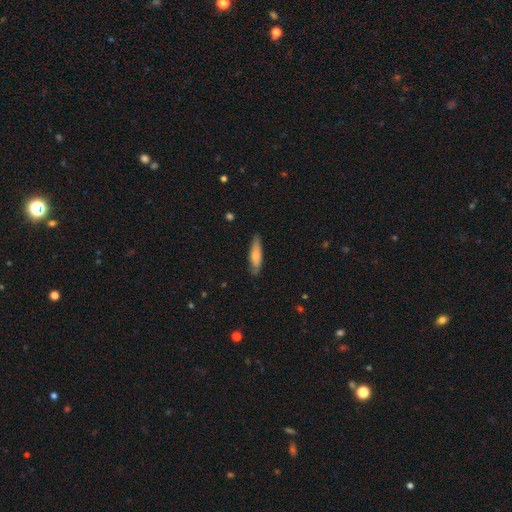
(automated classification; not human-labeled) This appears to be a smooth galaxy with no disk features (67%) that is cigar-shaped (70%). Merging: none (83%).